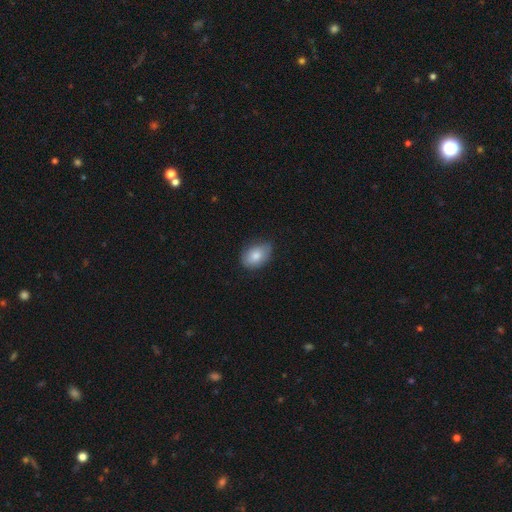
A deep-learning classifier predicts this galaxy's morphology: Q: Smooth or featured?
A: smooth (80%); runner-up: featured or disk (13%)
Q: How rounded?
A: in between (85%); runner-up: round (14%)
Q: Merging?
A: none (72%); runner-up: minor disturbance (23%)